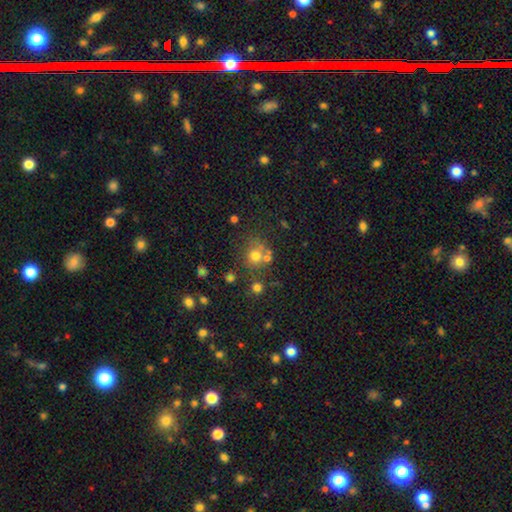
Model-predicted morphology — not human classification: smooth_or_featured: smooth (p=0.68) [alt: star or artifact p=0.19]
how_rounded: round (p=0.84) [alt: in between p=0.15]
merging: none (p=0.60) [alt: merger p=0.22]